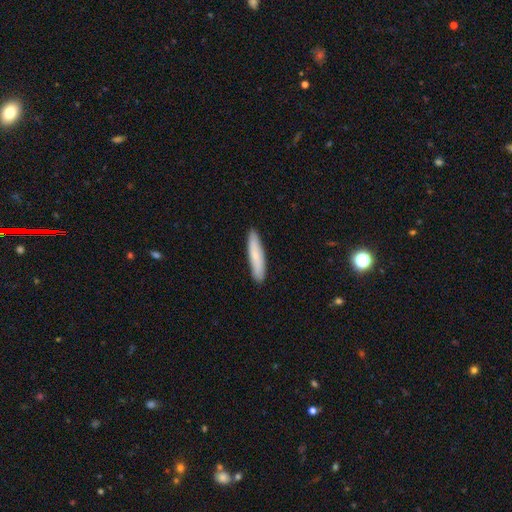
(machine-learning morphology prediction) This is likely a smooth galaxy (75%). How rounded: clearly cigar-shaped (87%). Merging: clearly none (90%).